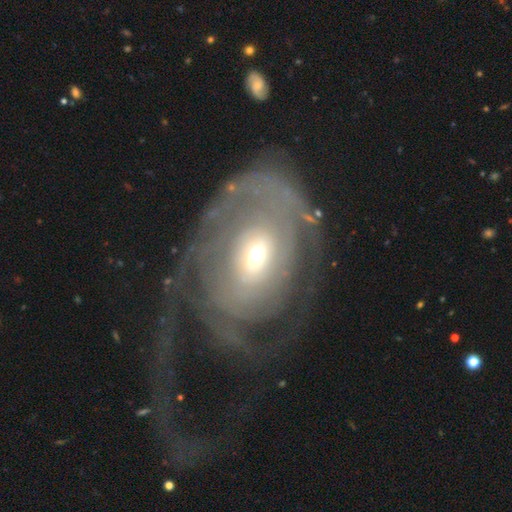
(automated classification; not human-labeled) A featured or disk galaxy (78%) with no bar (69%), tight (52%) spiral arms (76%) and a small central bulge (49%). Merging: major disturbance (47%).